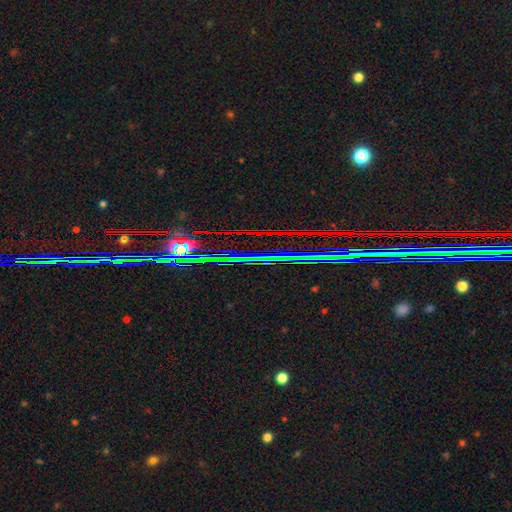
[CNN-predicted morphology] Q: Smooth or featured?
A: star or artifact (83%); runner-up: featured or disk (10%)